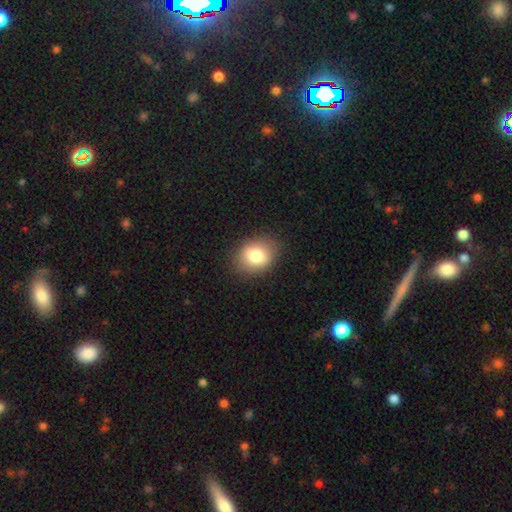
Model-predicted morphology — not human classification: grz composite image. It shows a smooth galaxy with no disk features (82%) that is in between round and cigar-shaped (57%). Merging: none (85%).